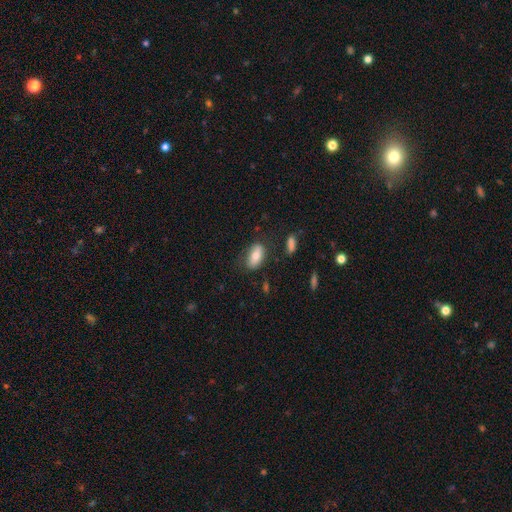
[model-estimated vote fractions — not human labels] A smooth galaxy with no disk features (70%) that is in between round and cigar-shaped (89%). Merging: none (72%).